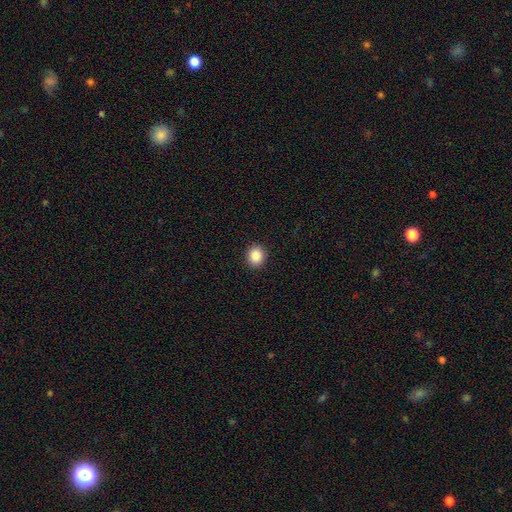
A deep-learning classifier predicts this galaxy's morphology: Q: Smooth or featured?
A: smooth (87%); runner-up: star or artifact (9%)
Q: How rounded?
A: round (77%); runner-up: in between (22%)
Q: Merging?
A: none (92%); runner-up: minor disturbance (6%)